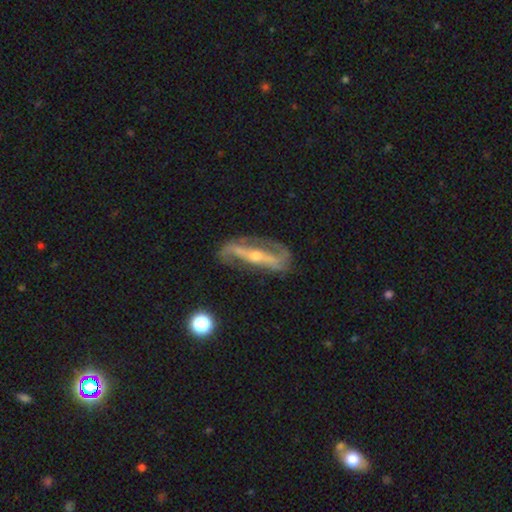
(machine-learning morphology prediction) Q: Smooth or featured?
A: featured or disk (86%); runner-up: smooth (8%)
Q: Edge-on disk?
A: no (77%); runner-up: yes (23%)
Q: Bar?
A: strong (66%); runner-up: weak (17%)
Q: Spiral arms?
A: yes (88%); runner-up: no (12%)
Q: Spiral winding?
A: loose (45%); runner-up: medium (35%)
Q: Spiral arm count?
A: 2 (88%); runner-up: can't tell (6%)
Q: Bulge size?
A: small (53%); runner-up: moderate (42%)
Q: Merging?
A: none (66%); runner-up: minor disturbance (18%)